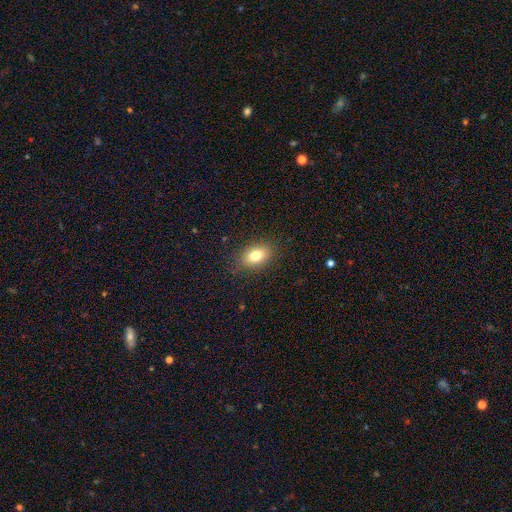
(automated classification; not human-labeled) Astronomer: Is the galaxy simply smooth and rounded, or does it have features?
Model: smooth — 80%.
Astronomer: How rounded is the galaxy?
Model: in between — 82%.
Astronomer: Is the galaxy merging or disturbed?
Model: none — 86%.